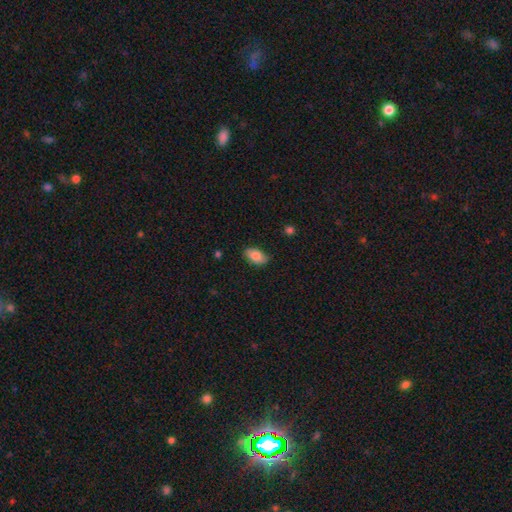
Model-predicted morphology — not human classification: smooth 83%, featured or disk 10%, star or artifact 7%. Down the decision tree: how rounded — in between (93%); merging — none (78%).